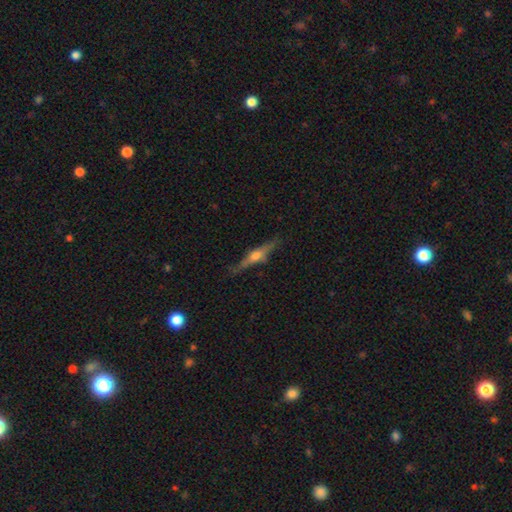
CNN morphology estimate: smooth-or-featured: featured or disk: 69% | smooth: 25% | star or artifact: 7%
  disk-edge-on: yes: 96% | no: 4%
    edge-on-bulge: rounded: 90% | boxy: 6% | none: 4%
  merging: none: 83% | minor disturbance: 13% | major disturbance: 3% | merger: 1%